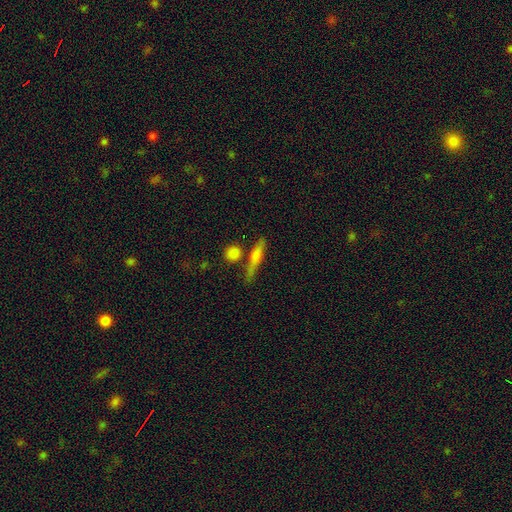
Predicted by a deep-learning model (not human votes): Smooth or featured? smooth (54%)
How rounded? cigar-shaped (80%)
Merging? none (70%)